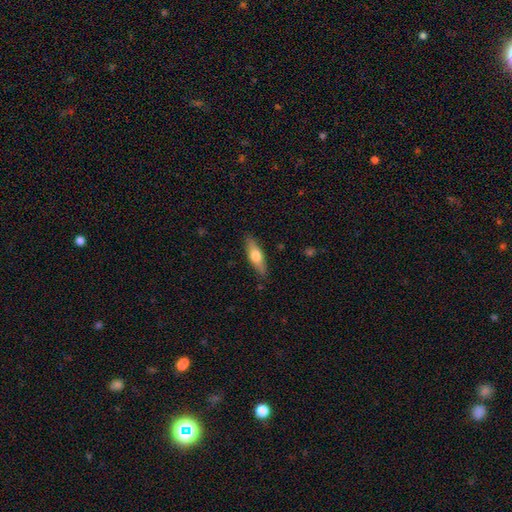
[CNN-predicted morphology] Smooth or featured? smooth (59%)
How rounded? cigar-shaped (54%)
Merging? none (86%)